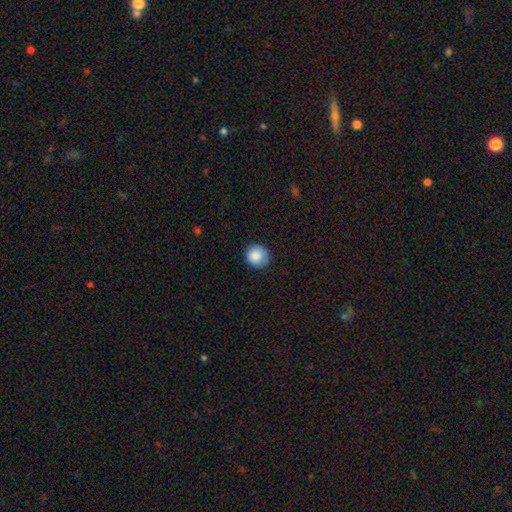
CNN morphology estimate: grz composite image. It shows a smooth galaxy with no disk features (86%) that is round (91%). Merging: none (80%).